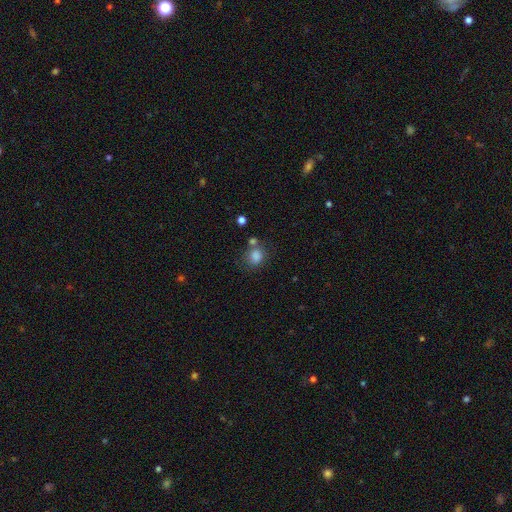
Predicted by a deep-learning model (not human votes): Smooth or featured? Predicted: smooth (p=0.81). How rounded? Predicted: round (p=0.59). Merging? Predicted: none (p=0.59).